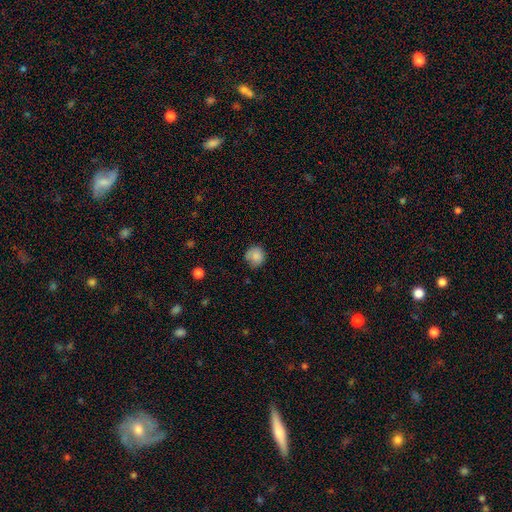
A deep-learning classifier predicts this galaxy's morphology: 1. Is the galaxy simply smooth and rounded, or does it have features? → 82% smooth, 9% star or artifact, 9% featured or disk.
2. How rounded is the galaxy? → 86% round, 13% in between, 1% cigar-shaped.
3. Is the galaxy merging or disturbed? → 68% none, 24% minor disturbance, 6% major disturbance, 2% merger.